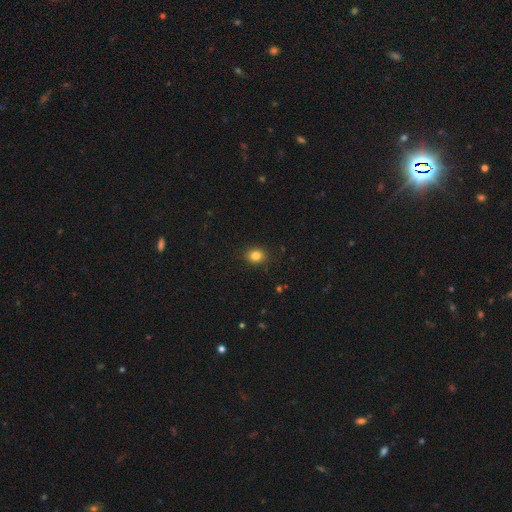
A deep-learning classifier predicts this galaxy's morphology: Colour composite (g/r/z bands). It shows a smooth galaxy with no disk features (83%) that is round (61%). Merging: none (88%).